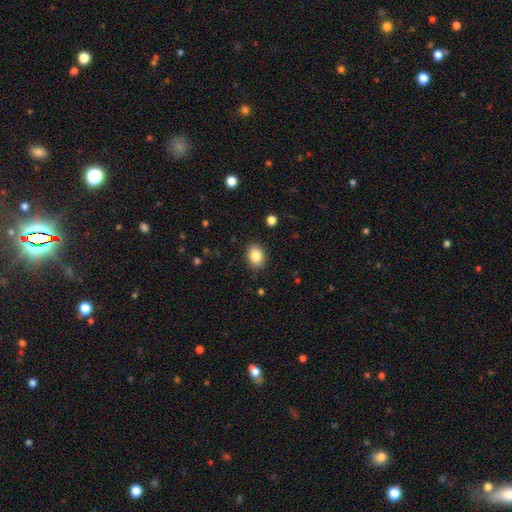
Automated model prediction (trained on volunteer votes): smooth_or_featured: smooth (p=0.86) [alt: star or artifact p=0.09]
how_rounded: in between (p=0.64) [alt: round p=0.36]
merging: none (p=0.89) [alt: minor disturbance p=0.08]